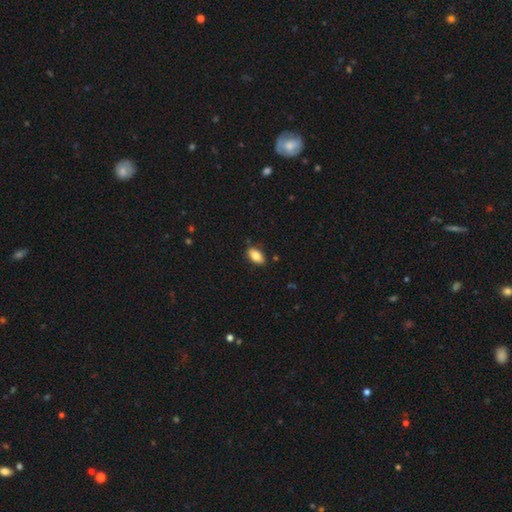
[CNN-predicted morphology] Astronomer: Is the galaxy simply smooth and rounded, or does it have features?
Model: smooth — 83%.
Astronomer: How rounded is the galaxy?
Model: in between — 92%.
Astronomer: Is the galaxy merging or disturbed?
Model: none — 86%.